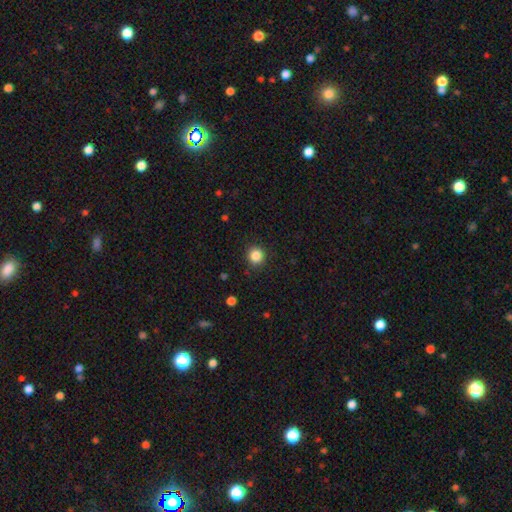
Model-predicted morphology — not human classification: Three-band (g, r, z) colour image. It shows a smooth galaxy with no disk features (86%) that is round (92%). Merging: none (90%).